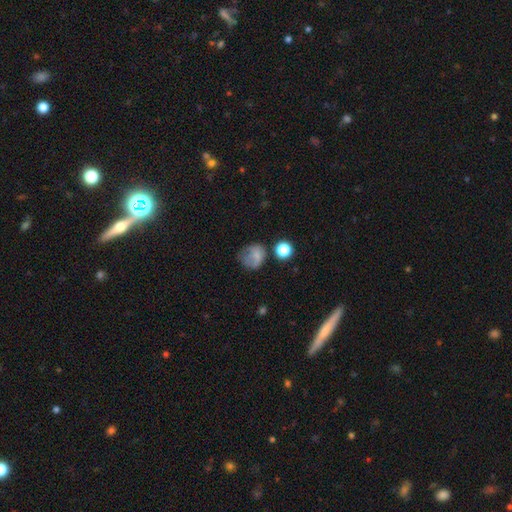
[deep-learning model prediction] Smooth or featured? Predicted: smooth (p=0.69). How rounded? Predicted: round (p=0.71). Merging? Predicted: none (p=0.43).